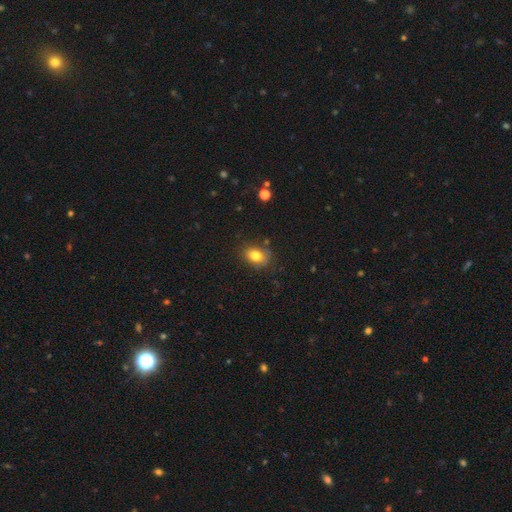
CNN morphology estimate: The model was most divided on "merging": none: 70%, minor disturbance: 21%, major disturbance: 6%, merger: 3%. More confident: smooth or featured — smooth (80%); how rounded — in between (75%).